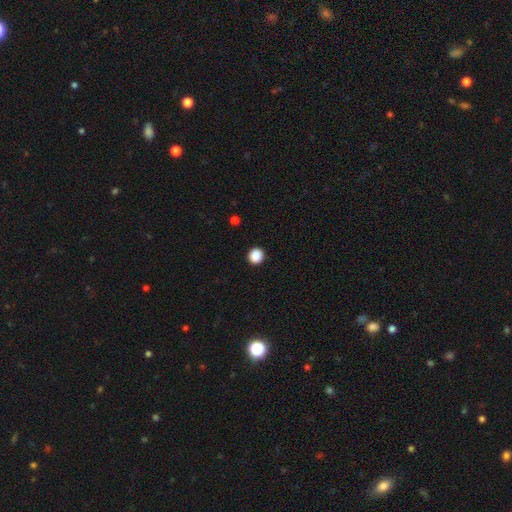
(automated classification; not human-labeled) Overall: smooth (88%). How rounded: round (93%). Merging: none (93%).